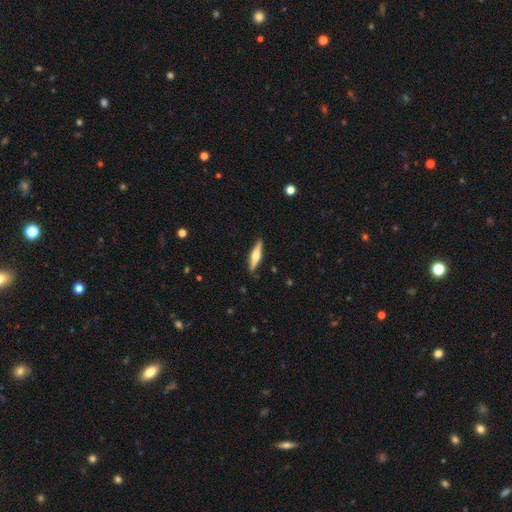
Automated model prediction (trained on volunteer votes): featured or disk 56%, smooth 39%, star or artifact 6%. Down the decision tree: edge-on disk — yes (95%); edge-on bulge — rounded (90%); merging — none (88%).